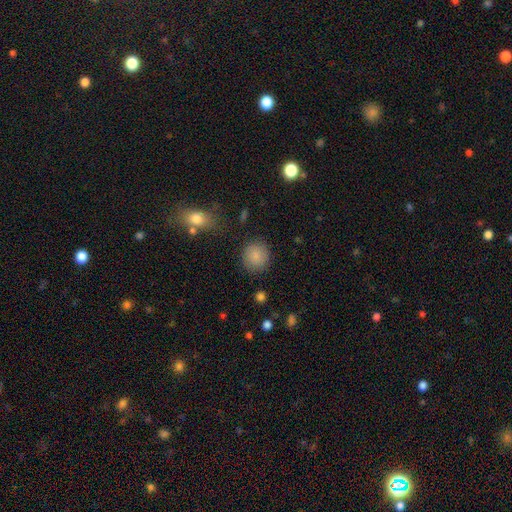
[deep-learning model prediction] The model was most divided on "smooth or featured": smooth: 85%, star or artifact: 9%, featured or disk: 6%. More confident: how rounded — round (89%); merging — none (87%).